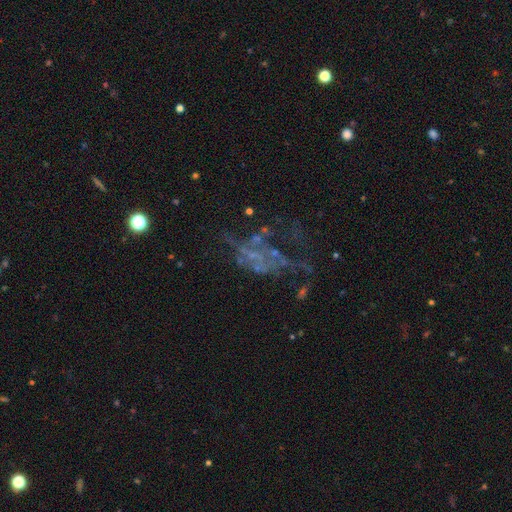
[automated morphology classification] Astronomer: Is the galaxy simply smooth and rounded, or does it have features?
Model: featured or disk — 56%.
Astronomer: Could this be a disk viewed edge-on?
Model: no — 96%.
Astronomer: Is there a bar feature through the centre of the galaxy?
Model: no — 92%.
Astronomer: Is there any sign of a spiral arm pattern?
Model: no — 90%.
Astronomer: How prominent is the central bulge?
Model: none — 85%.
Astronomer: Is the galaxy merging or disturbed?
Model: major disturbance — 43% (runner-up: none, 31%).